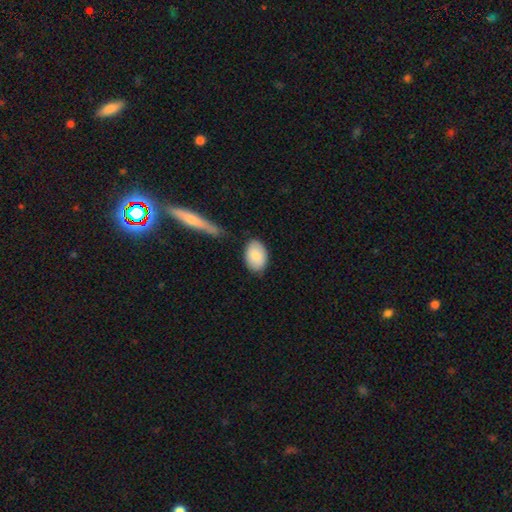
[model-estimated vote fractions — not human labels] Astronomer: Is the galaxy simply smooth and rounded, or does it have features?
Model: smooth — 84%.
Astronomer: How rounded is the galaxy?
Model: in between — 87%.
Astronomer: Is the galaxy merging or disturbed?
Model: none — 78%.